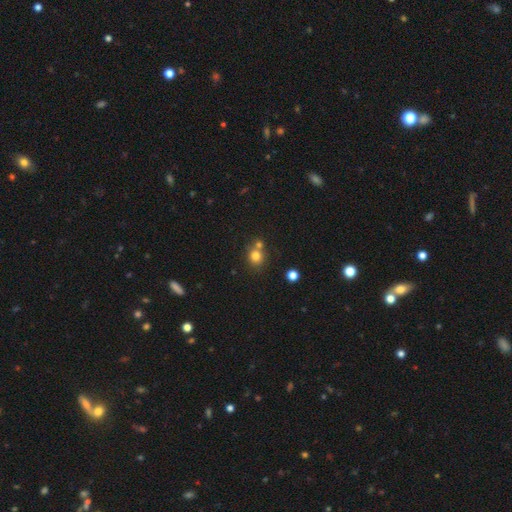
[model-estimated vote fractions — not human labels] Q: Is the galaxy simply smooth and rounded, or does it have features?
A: smooth — 78%.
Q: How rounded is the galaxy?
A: round — 81%.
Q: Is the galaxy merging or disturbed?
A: none — 57%.